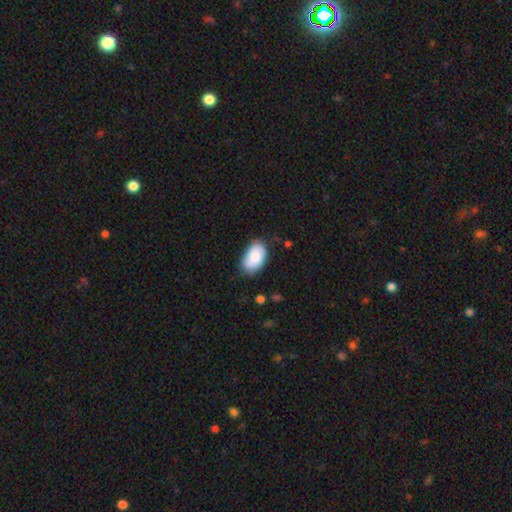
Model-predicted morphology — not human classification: Smooth or featured: smooth — 85% (featured or disk — 9%)
How rounded: in between — 93% (round — 6%)
Merging: none — 72% (minor disturbance — 22%)